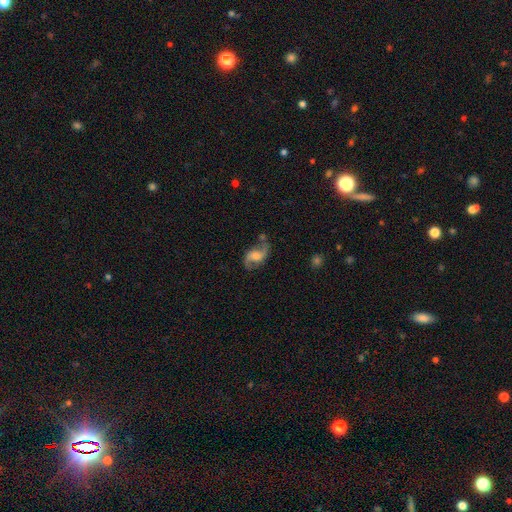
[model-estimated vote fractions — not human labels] Q: Smooth or featured?
A: featured or disk (82%); runner-up: smooth (12%)
Q: Edge-on disk?
A: no (97%); runner-up: yes (3%)
Q: Bar?
A: no (47%); runner-up: weak (43%)
Q: Spiral arms?
A: yes (95%); runner-up: no (5%)
Q: Spiral winding?
A: loose (70%); runner-up: medium (25%)
Q: Spiral arm count?
A: 2 (91%); runner-up: 1 (3%)
Q: Bulge size?
A: moderate (38%); runner-up: large (23%)
Q: Merging?
A: none (65%); runner-up: minor disturbance (19%)